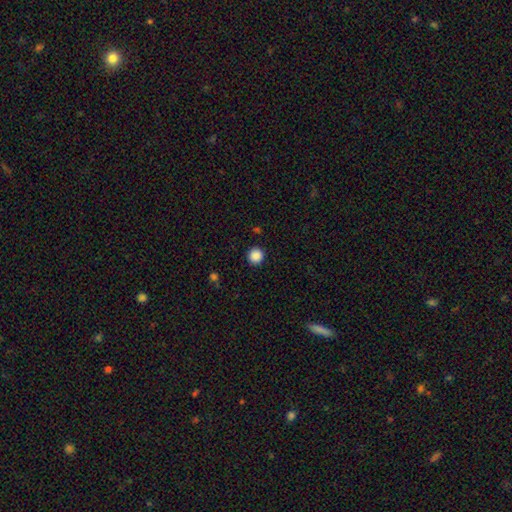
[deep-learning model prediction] This is clearly a smooth galaxy (87%). How rounded: clearly round (94%). Merging: clearly none (91%).